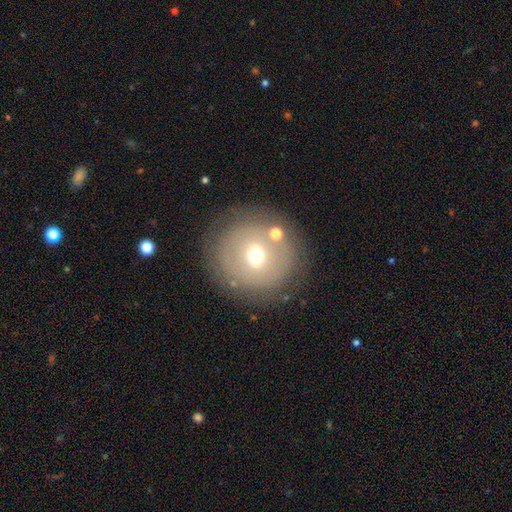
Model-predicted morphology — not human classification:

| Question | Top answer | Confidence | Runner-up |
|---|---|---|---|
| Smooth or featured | smooth | 54% | featured or disk (33%) |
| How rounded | round | 92% | in between (7%) |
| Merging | none | 81% | minor disturbance (10%) |